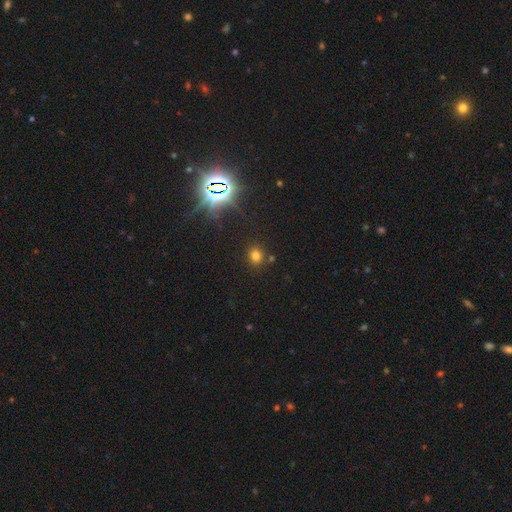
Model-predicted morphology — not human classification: smooth 69%, star or artifact 24%, featured or disk 7%. Down the decision tree: how rounded — round (76%); merging — none (83%).